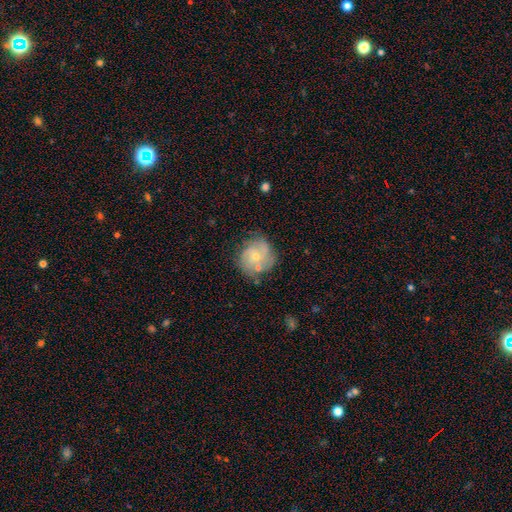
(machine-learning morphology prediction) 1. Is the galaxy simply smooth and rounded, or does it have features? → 60% featured or disk, 32% smooth, 8% star or artifact.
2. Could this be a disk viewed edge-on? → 98% no, 2% yes.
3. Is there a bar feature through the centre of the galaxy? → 79% no, 19% weak, 3% strong.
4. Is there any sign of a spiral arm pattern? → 82% yes, 18% no.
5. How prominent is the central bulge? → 64% small, 31% moderate, 2% none, 1% large, 1% dominant.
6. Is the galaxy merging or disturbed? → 61% none, 22% minor disturbance, 9% merger, 8% major disturbance.